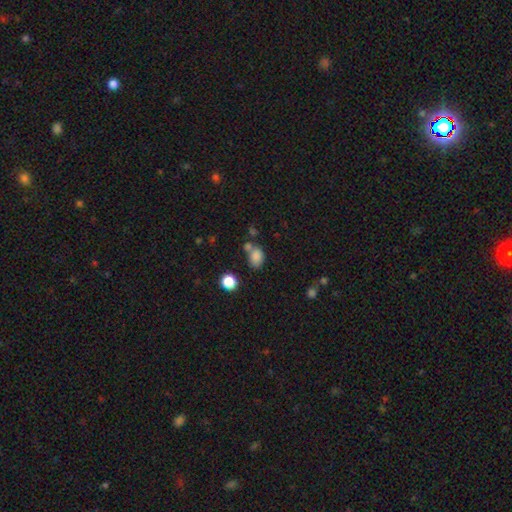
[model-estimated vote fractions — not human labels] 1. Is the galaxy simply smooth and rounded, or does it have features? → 82% smooth, 12% star or artifact, 6% featured or disk.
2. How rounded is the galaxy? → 71% in between, 28% round, 1% cigar-shaped.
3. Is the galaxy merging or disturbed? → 51% none, 26% merger, 16% minor disturbance, 7% major disturbance.